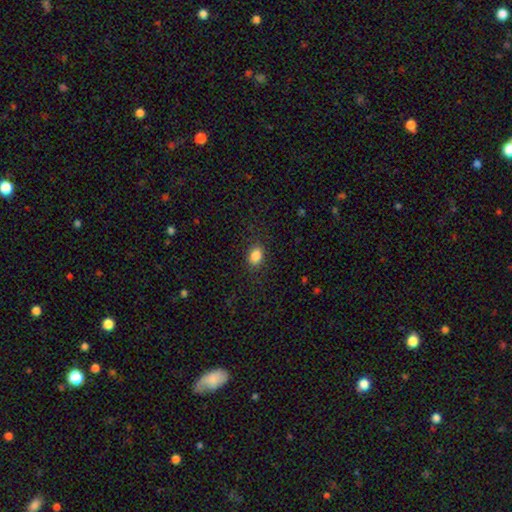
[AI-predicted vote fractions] smooth-or-featured: smooth: 86% | star or artifact: 10% | featured or disk: 4%
  how-rounded: in between: 74% | round: 25% | cigar-shaped: 1%
  merging: none: 86% | minor disturbance: 10% | major disturbance: 3% | merger: 1%